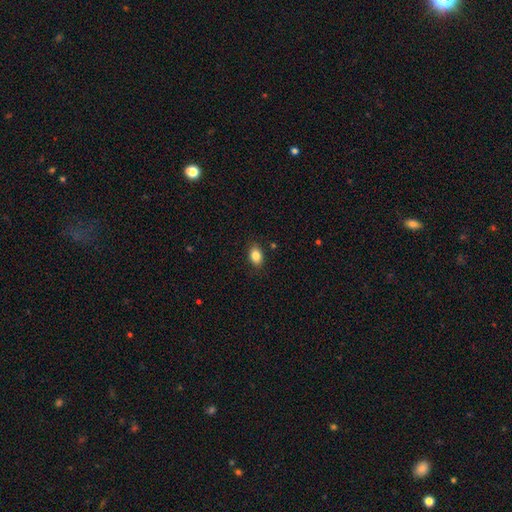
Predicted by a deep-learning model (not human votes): The model was most divided on "how rounded": in between: 78%, round: 20%, cigar-shaped: 1%. More confident: merging — none (86%); smooth or featured — smooth (85%).